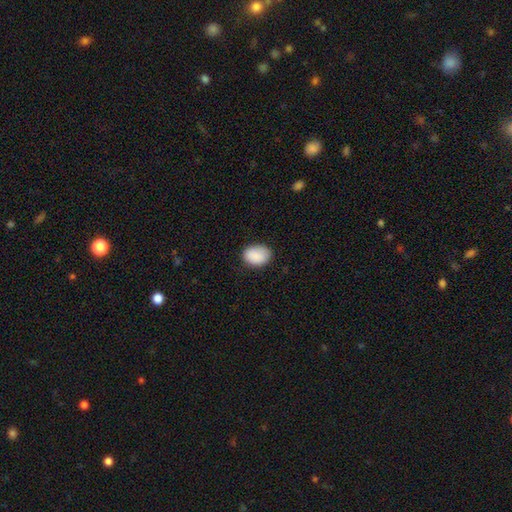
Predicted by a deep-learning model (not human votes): A smooth galaxy with no disk features (90%) that is in between round and cigar-shaped (73%). Merging: none (82%).